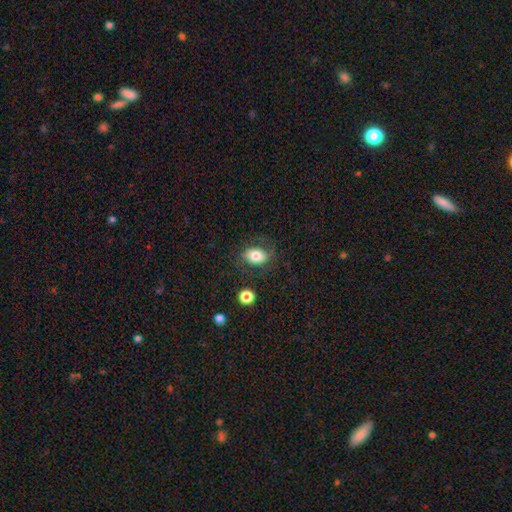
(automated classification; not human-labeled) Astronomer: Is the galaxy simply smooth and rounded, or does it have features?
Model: smooth — 76%.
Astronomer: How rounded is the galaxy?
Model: in between — 78%.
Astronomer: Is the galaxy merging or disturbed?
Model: none — 72%.